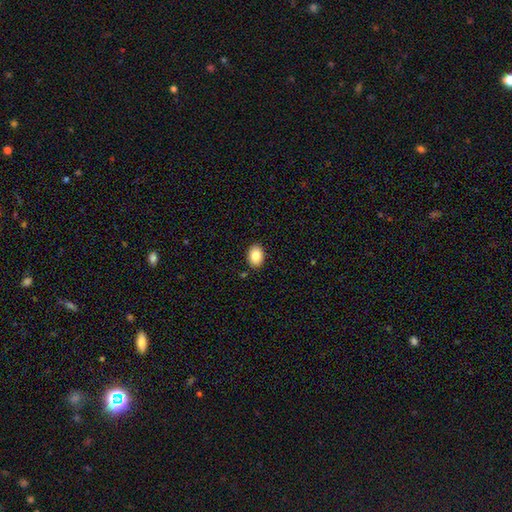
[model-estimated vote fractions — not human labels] smooth 86%, star or artifact 8%, featured or disk 7%. Down the decision tree: how rounded — in between (74%); merging — none (89%).